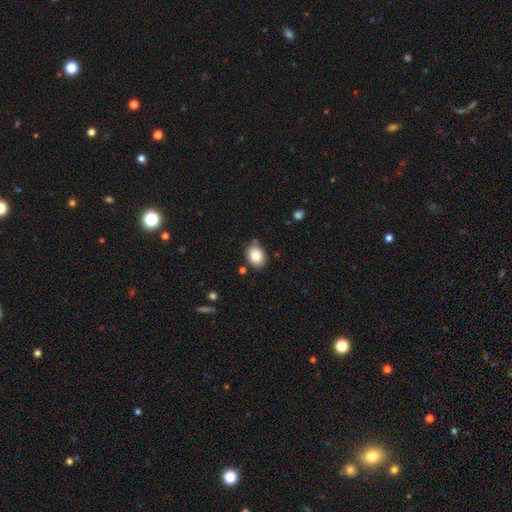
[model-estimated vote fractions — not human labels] A smooth galaxy with no disk features (82%) that is in between round and cigar-shaped (71%). Merging: none (78%).